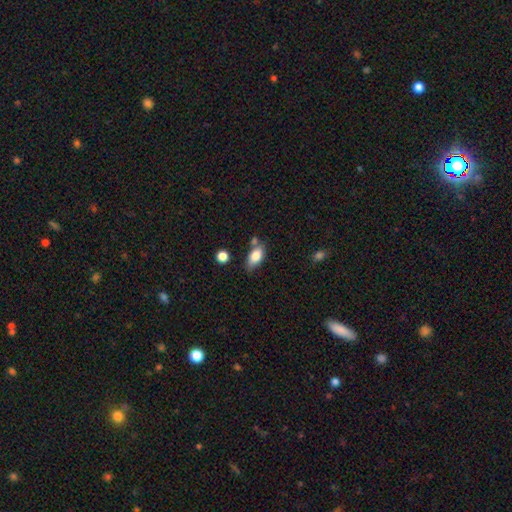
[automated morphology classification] type=smooth (79%); roundness=in between (87%); merging=none (59%).